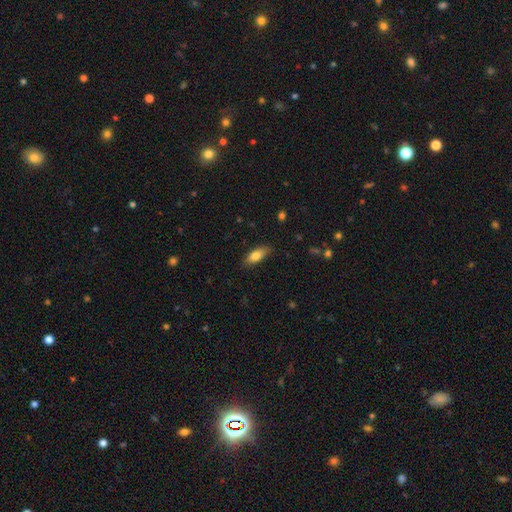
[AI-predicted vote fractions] Overall: smooth (78%). How rounded: in between (76%). Merging: none (80%).